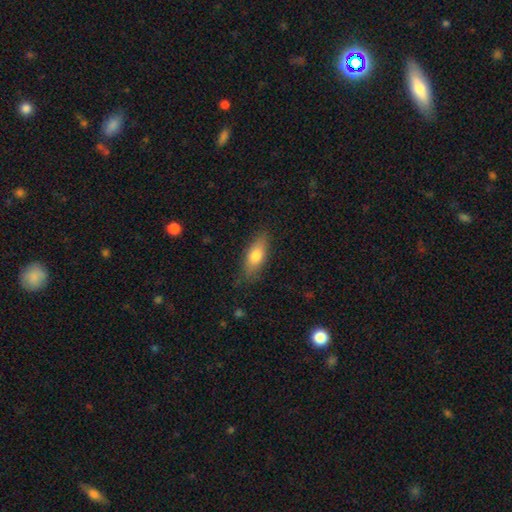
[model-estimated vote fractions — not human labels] smooth_or_featured: smooth (p=0.74) [alt: featured or disk p=0.19]
how_rounded: in between (p=0.72) [alt: cigar-shaped p=0.24]
merging: none (p=0.81) [alt: minor disturbance p=0.15]